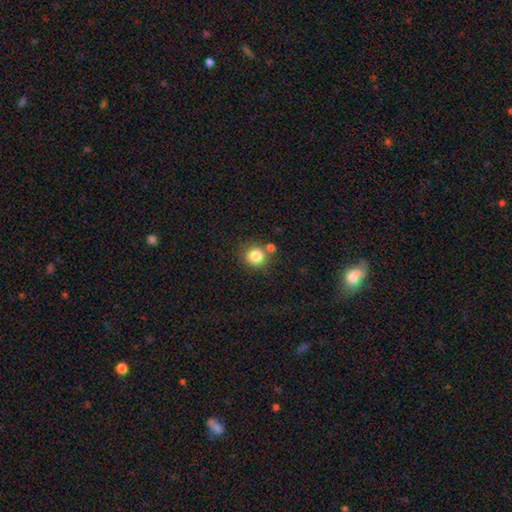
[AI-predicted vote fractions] This appears to be a smooth galaxy with no disk features (83%) that is round (89%). Merging: none (73%).